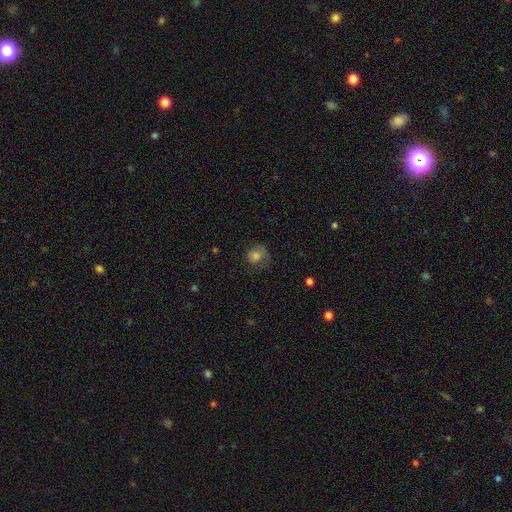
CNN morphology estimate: smooth 74%, featured or disk 14%, star or artifact 12%. Down the decision tree: how rounded — round (74%); merging — none (55%).